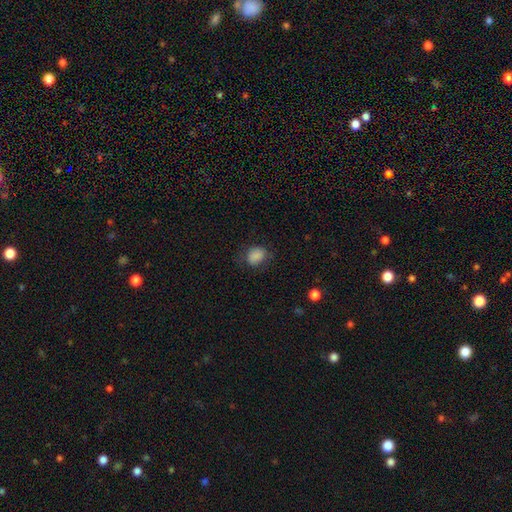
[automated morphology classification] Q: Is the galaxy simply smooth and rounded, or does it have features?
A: smooth — 86%.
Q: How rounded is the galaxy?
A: in between — 54%.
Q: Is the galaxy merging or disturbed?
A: none — 70%.